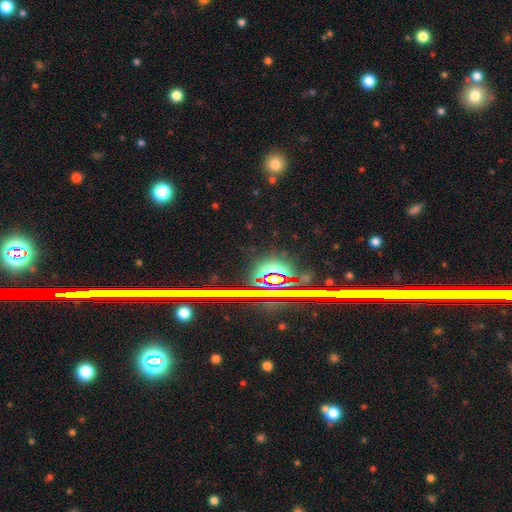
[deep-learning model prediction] Smooth or featured: star or artifact — 71% (featured or disk — 17%)